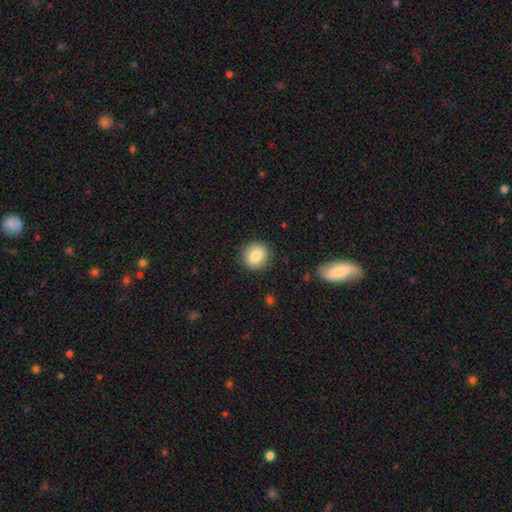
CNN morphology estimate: smooth_or_featured: smooth (p=0.83) [alt: featured or disk p=0.09]
how_rounded: round (p=0.88) [alt: in between p=0.11]
merging: none (p=0.89) [alt: minor disturbance p=0.07]